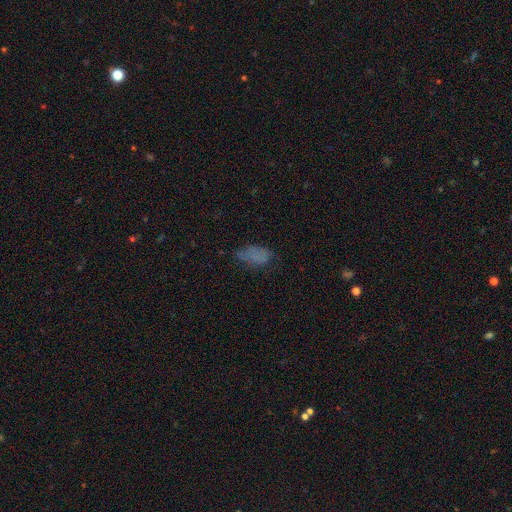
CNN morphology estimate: Q: Smooth or featured?
A: smooth (65%); runner-up: featured or disk (19%)
Q: How rounded?
A: in between (91%); runner-up: round (5%)
Q: Merging?
A: none (49%); runner-up: minor disturbance (30%)